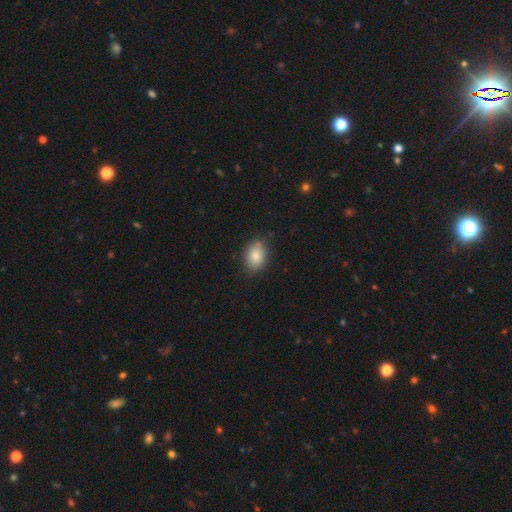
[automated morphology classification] Q: Smooth or featured?
A: smooth (86%); runner-up: star or artifact (8%)
Q: How rounded?
A: in between (78%); runner-up: round (21%)
Q: Merging?
A: none (80%); runner-up: minor disturbance (15%)